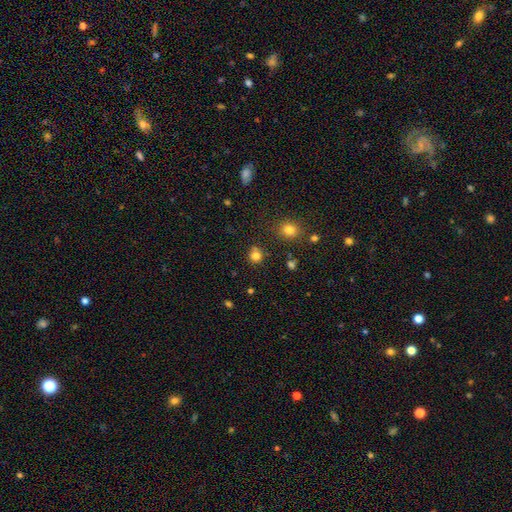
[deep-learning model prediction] A smooth galaxy with no disk features (79%) that is round (87%). Merging: none (76%).